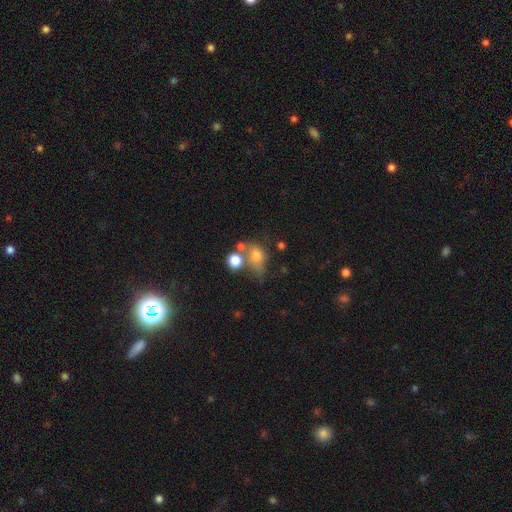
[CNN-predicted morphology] This is likely a smooth galaxy (70%). How rounded: possibly in between (55%). Merging: marginally none (36%).